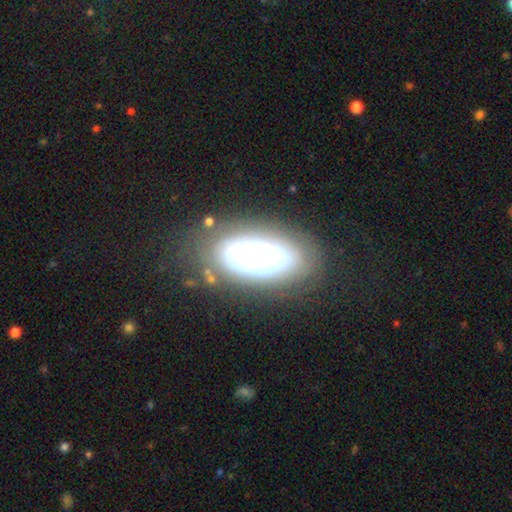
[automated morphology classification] This is possibly a featured or disk galaxy (53%). It is clearly not viewed edge-on (81%). Merging: likely none (67%).